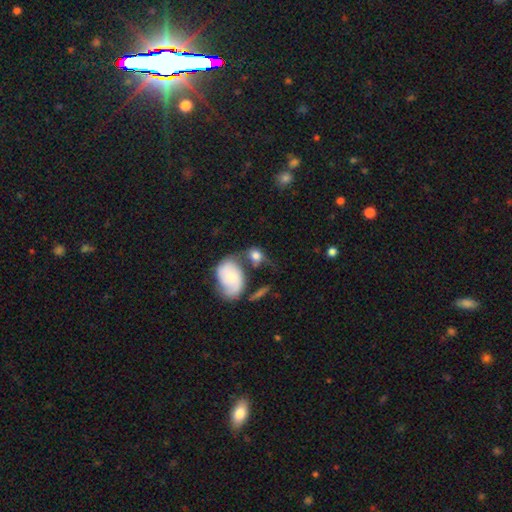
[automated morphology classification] Smooth or featured? Predicted: smooth (p=0.62). How rounded? Predicted: in between (p=0.58). Merging? Predicted: none (p=0.35).